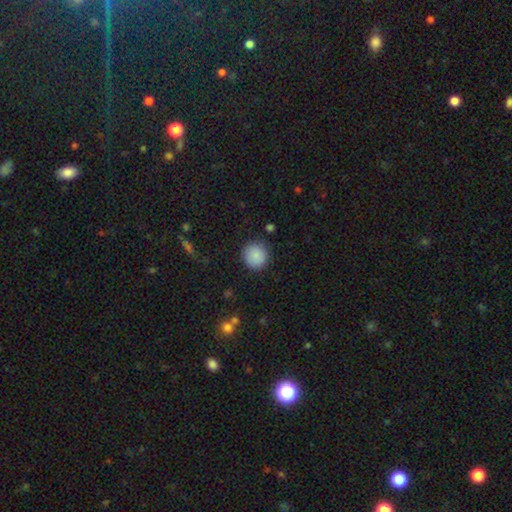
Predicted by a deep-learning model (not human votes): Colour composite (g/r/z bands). It shows a smooth galaxy with no disk features (87%) that is round (92%). Merging: none (88%).